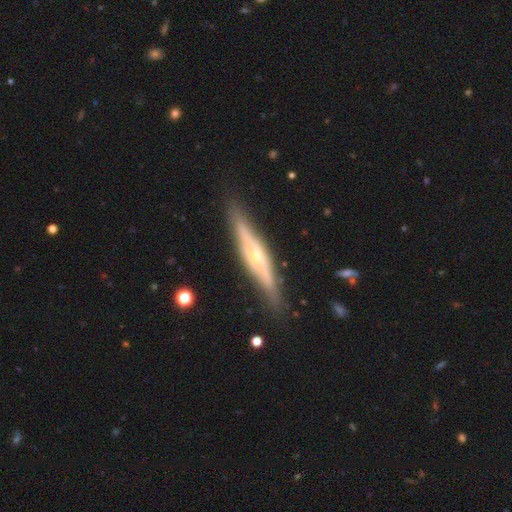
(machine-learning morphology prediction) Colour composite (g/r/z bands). It shows a featured or disk galaxy (74%) viewed edge-on (89%) with a rounded central bulge (81%). Merging: none (83%).